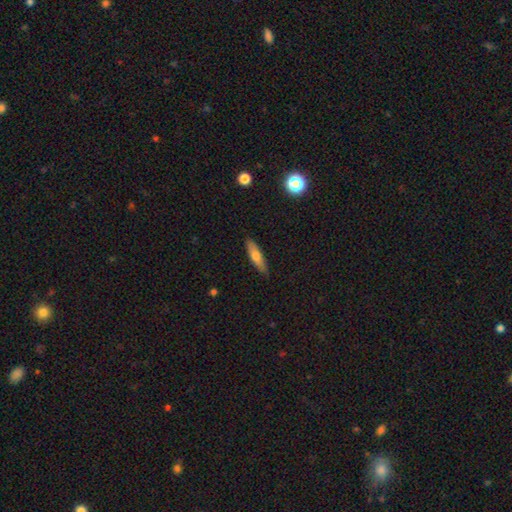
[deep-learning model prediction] This is likely a smooth galaxy (64%). How rounded: likely cigar-shaped (67%). Merging: clearly none (87%).